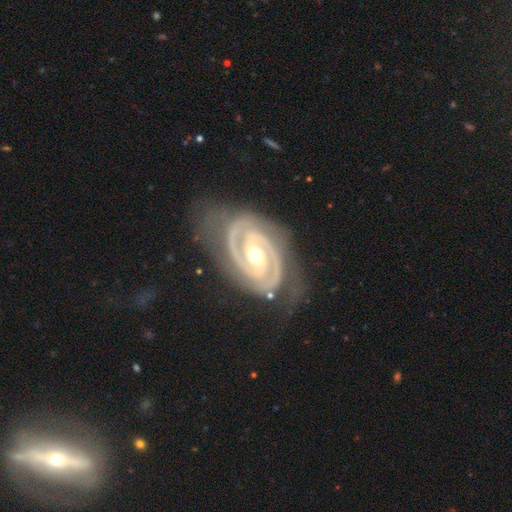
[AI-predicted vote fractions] This appears to be a featured or disk galaxy (93%) with no bar (40%), 2 (89%) tight (71%) spiral arms (99%) and a moderate central bulge (71%). Merging: none (74%).